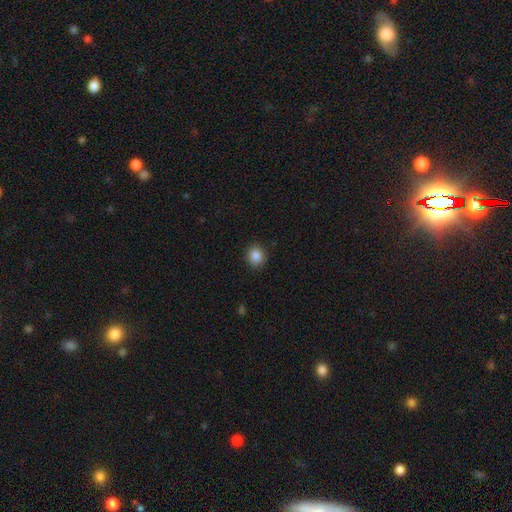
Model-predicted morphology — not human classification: Smooth or featured? Predicted: smooth (p=0.87). How rounded? Predicted: round (p=0.79). Merging? Predicted: none (p=0.91).